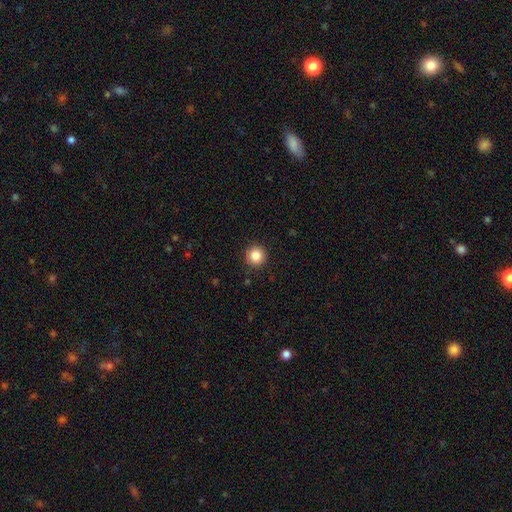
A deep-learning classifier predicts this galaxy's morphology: Smooth or featured? Predicted: smooth (p=0.85). How rounded? Predicted: round (p=0.95). Merging? Predicted: none (p=0.91).